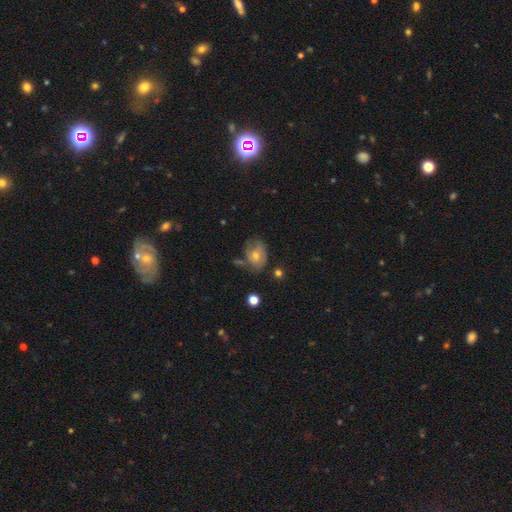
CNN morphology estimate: type=featured or disk (47%); merging=none (53%).